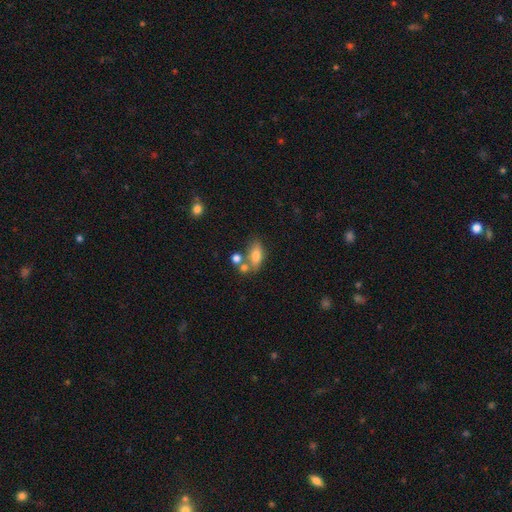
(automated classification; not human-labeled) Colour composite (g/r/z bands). It shows a smooth galaxy with no disk features (73%) that is in between round and cigar-shaped (82%). Merging: none (49%).